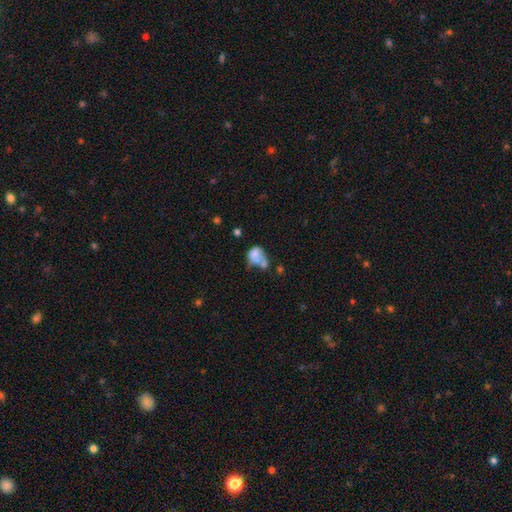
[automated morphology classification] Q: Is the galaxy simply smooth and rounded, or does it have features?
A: smooth — 63%.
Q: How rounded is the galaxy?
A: in between — 58%.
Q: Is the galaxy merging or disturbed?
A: merger — 45%.